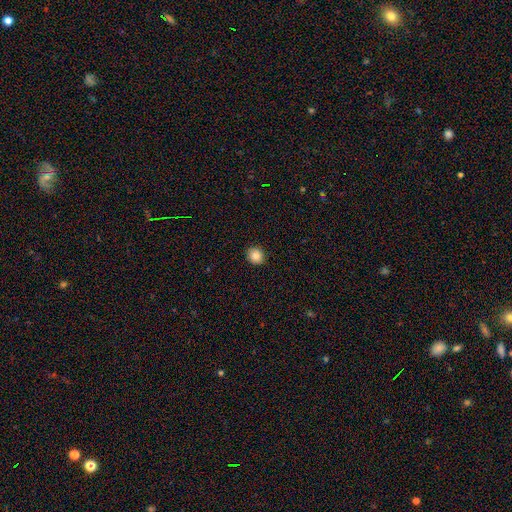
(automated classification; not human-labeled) Overall: smooth (85%). How rounded: round (82%). Merging: none (92%).